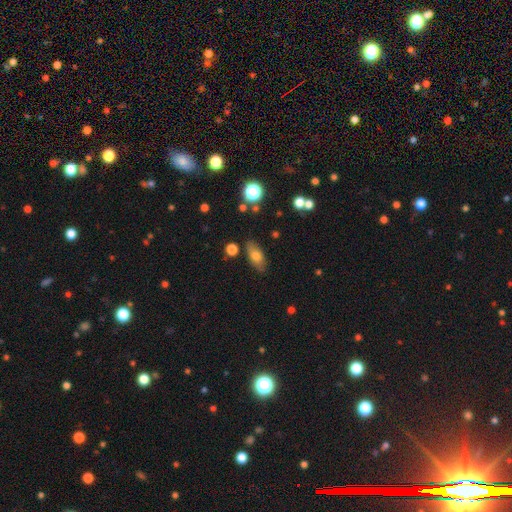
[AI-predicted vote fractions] Smooth or featured: smooth — 71% (featured or disk — 19%)
How rounded: in between — 84% (cigar-shaped — 10%)
Merging: none — 83% (minor disturbance — 12%)